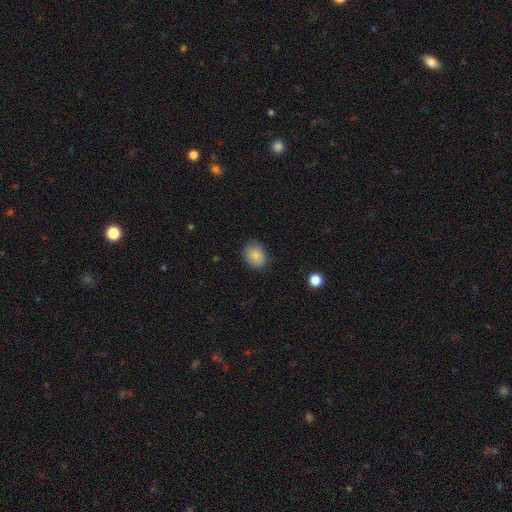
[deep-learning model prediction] smooth-or-featured: smooth: 85% | star or artifact: 9% | featured or disk: 6%
  how-rounded: in between: 53% | round: 46% | cigar-shaped: 1%
  merging: none: 82% | minor disturbance: 14% | major disturbance: 3% | merger: 1%